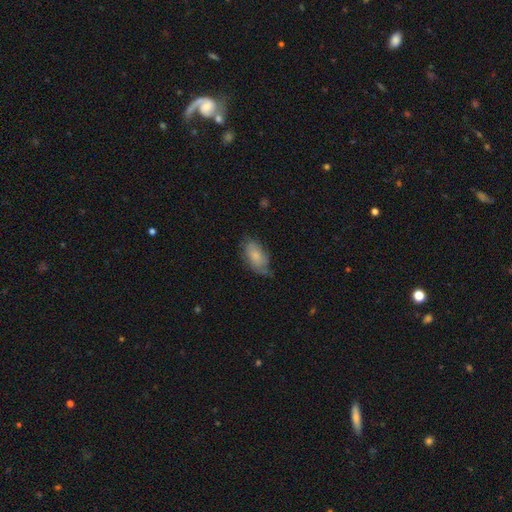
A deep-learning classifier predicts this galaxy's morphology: Smooth or featured: smooth — 74% (featured or disk — 19%)
How rounded: in between — 92% (cigar-shaped — 4%)
Merging: none — 55% (minor disturbance — 34%)